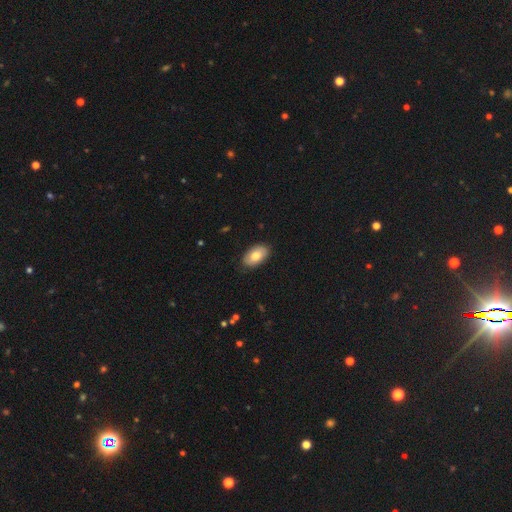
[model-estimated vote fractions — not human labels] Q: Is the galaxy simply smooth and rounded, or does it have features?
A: smooth — 75%.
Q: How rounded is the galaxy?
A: in between — 93%.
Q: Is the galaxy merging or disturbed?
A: none — 85%.